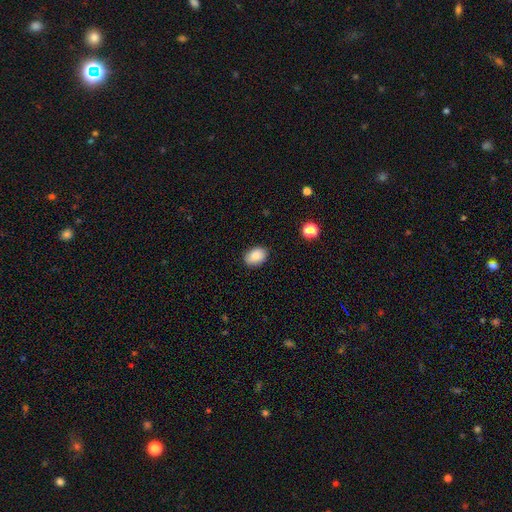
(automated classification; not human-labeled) The model was most divided on "how rounded": in between: 79%, round: 20%, cigar-shaped: 1%. More confident: merging — none (87%); smooth or featured — smooth (87%).